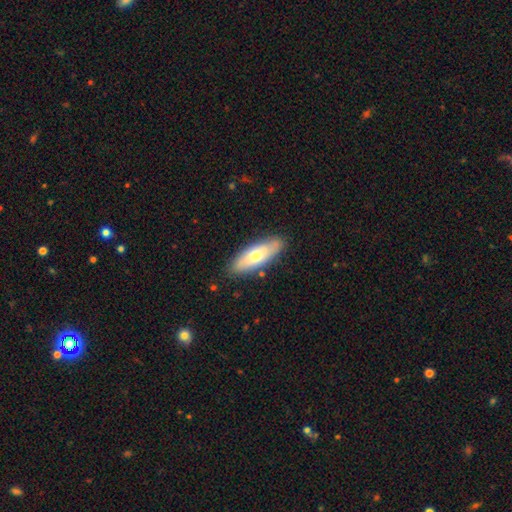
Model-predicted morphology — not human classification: Smooth or featured? Predicted: smooth (p=0.60). How rounded? Predicted: in between (p=0.60). Merging? Predicted: none (p=0.84).